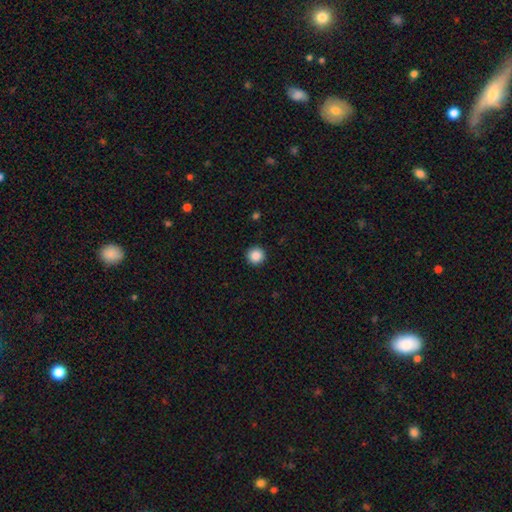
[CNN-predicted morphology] A smooth galaxy with no disk features (88%) that is round (96%).

Vote fractions:
- Smooth or featured? smooth: 88% / star or artifact: 9% / featured or disk: 3%
- How rounded? round: 96% / in between: 3% / cigar-shaped: 1%
- Merging? none: 92% / minor disturbance: 5% / major disturbance: 2% / merger: 1%